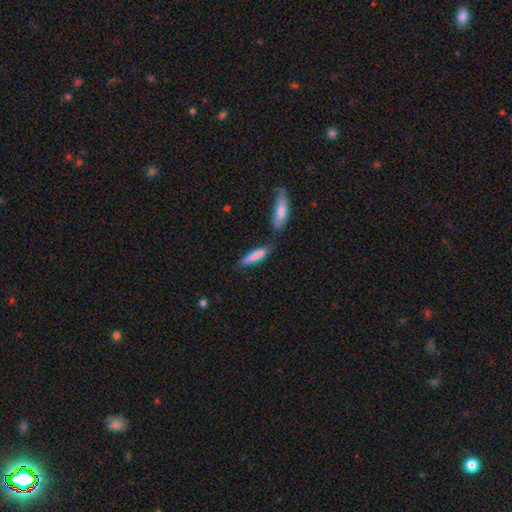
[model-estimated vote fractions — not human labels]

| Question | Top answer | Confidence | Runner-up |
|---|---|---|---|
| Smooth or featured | smooth | 79% | featured or disk (15%) |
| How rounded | cigar-shaped | 74% | in between (25%) |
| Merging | none | 52% | merger (27%) |